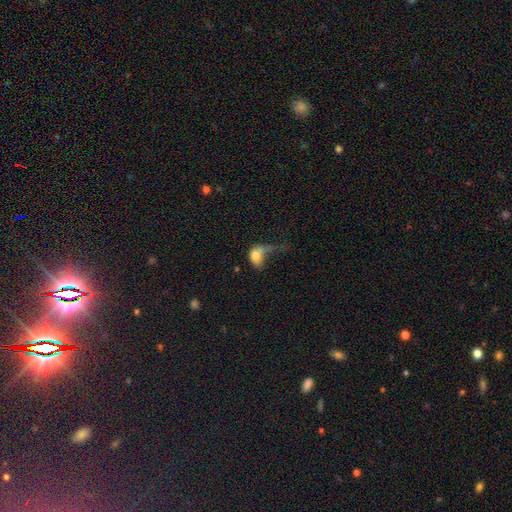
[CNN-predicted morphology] Smooth or featured?
  - smooth: 69% *
  - featured or disk: 21%
  - star or artifact: 9%
How rounded?
  - in between: 73% *
  - round: 25%
  - cigar-shaped: 3%
Merging?
  - major disturbance: 53% *
  - none: 16%
  - minor disturbance: 16%
  - merger: 14%